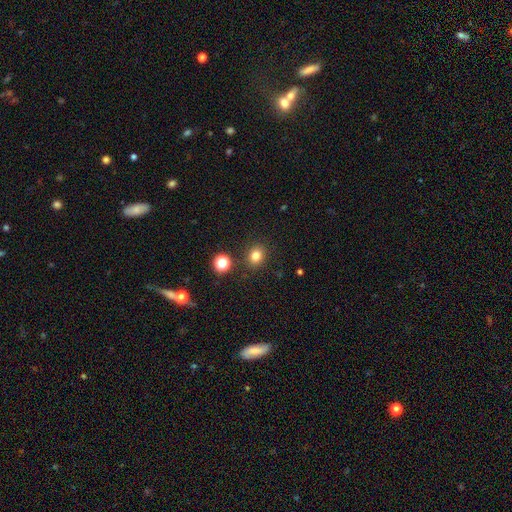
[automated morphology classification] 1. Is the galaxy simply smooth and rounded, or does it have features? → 79% smooth, 15% star or artifact, 6% featured or disk.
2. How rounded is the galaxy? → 72% round, 27% in between, 1% cigar-shaped.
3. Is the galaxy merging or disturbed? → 87% none, 8% minor disturbance, 3% merger, 3% major disturbance.